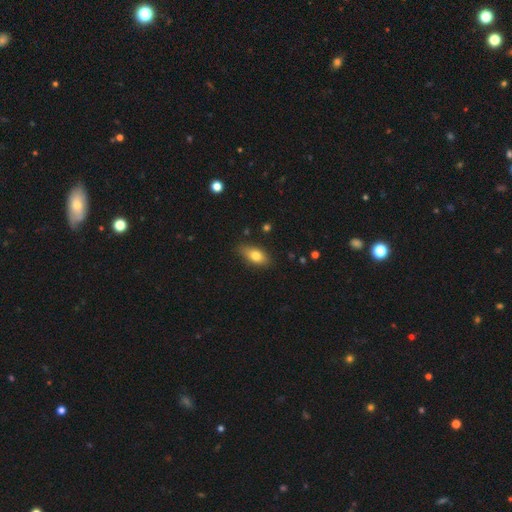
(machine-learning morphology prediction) Smooth or featured: smooth — 76% (featured or disk — 16%)
How rounded: in between — 83% (cigar-shaped — 11%)
Merging: none — 80% (minor disturbance — 16%)